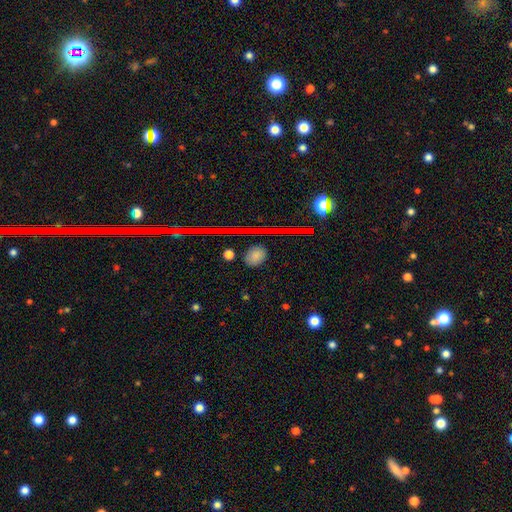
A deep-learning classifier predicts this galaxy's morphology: Overall: smooth (75%). How rounded: in between (52%; round 46%). Merging: none (82%).